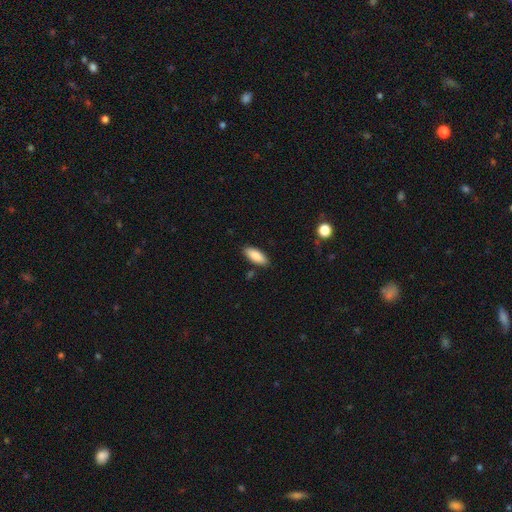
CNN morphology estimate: Q: Smooth or featured?
A: smooth (86%); runner-up: featured or disk (8%)
Q: How rounded?
A: in between (80%); runner-up: cigar-shaped (18%)
Q: Merging?
A: none (86%); runner-up: minor disturbance (10%)